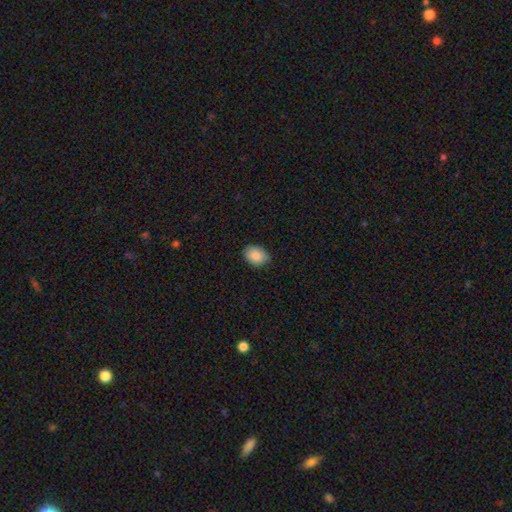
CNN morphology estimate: Smooth or featured?
  - smooth: 87% *
  - star or artifact: 7%
  - featured or disk: 5%
How rounded?
  - in between: 75% *
  - round: 24%
  - cigar-shaped: 1%
Merging?
  - none: 81% *
  - minor disturbance: 15%
  - major disturbance: 2%
  - merger: 1%